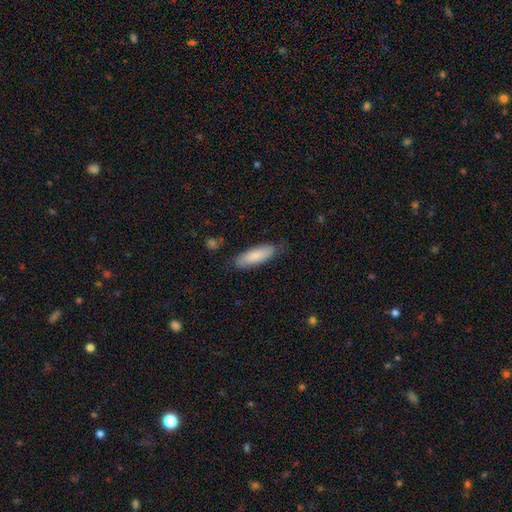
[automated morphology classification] smooth-or-featured: smooth: 82% | featured or disk: 13% | star or artifact: 5%
  how-rounded: in between: 54% | cigar-shaped: 45% | round: 1%
  merging: none: 78% | minor disturbance: 17% | major disturbance: 4% | merger: 1%